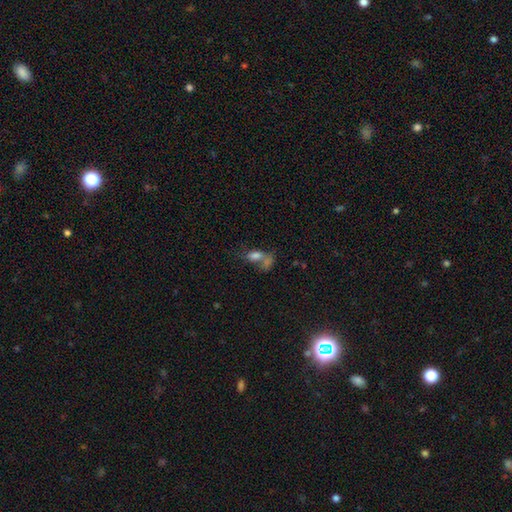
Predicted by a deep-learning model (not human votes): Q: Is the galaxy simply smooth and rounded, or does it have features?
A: smooth — 69%.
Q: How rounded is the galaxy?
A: in between — 82%.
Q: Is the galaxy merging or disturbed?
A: merger — 53%.